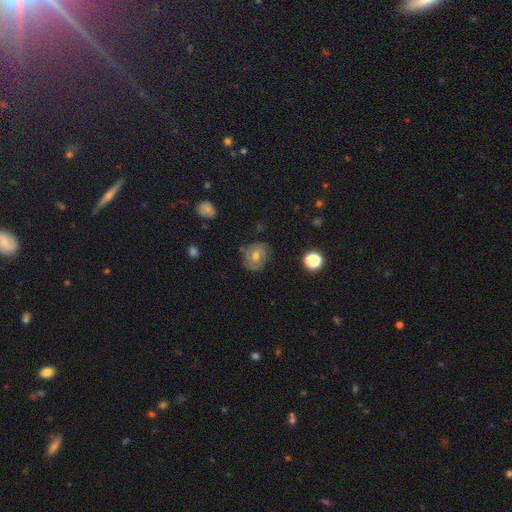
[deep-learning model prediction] Smooth or featured? Predicted: featured or disk (p=0.63). Edge-on disk? Predicted: no (p=0.97). Bar? Predicted: no (p=0.61). Spiral arms? Predicted: yes (p=0.83). Spiral winding? Predicted: tight (p=0.60). Spiral arm count? Predicted: 2 (p=0.54). Bulge size? Predicted: moderate (p=0.71). Merging? Predicted: none (p=0.73).